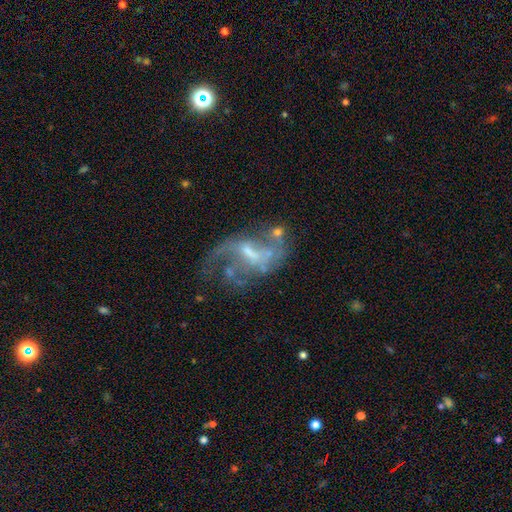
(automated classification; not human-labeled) A featured or disk galaxy (79%) with a weak bar (50%), 2 (63%) loose (71%) spiral arms (78%) and a small central bulge (46%). Merging: none (40%).